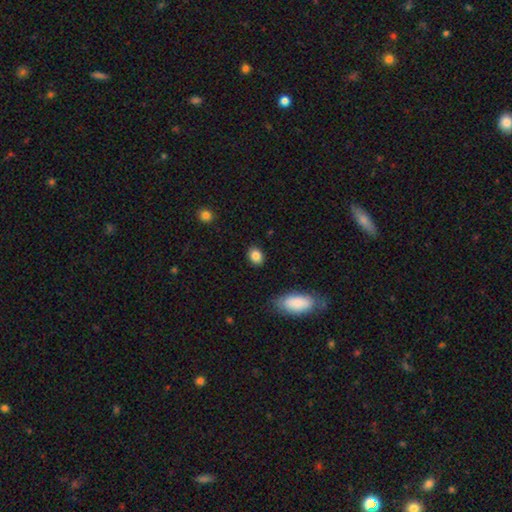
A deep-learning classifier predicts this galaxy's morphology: Q: Smooth or featured?
A: smooth (85%); runner-up: star or artifact (9%)
Q: How rounded?
A: in between (59%); runner-up: round (39%)
Q: Merging?
A: none (87%); runner-up: minor disturbance (9%)